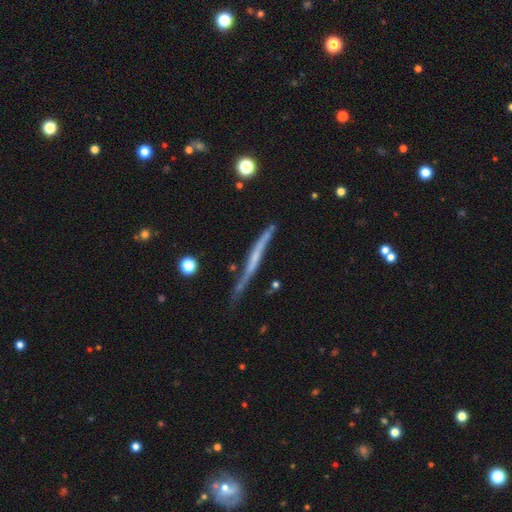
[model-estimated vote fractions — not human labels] This appears to be a featured or disk galaxy (62%) viewed edge-on (93%) with no central bulge (80%). Merging: none (67%).